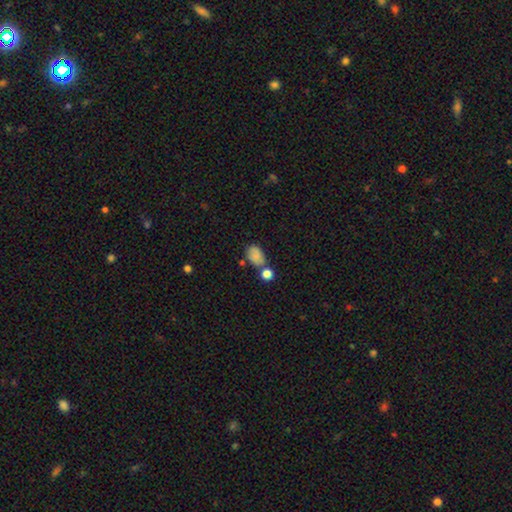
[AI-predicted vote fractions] smooth 78%, featured or disk 12%, star or artifact 10%. Down the decision tree: how rounded — in between (80%); merging — none (54%).